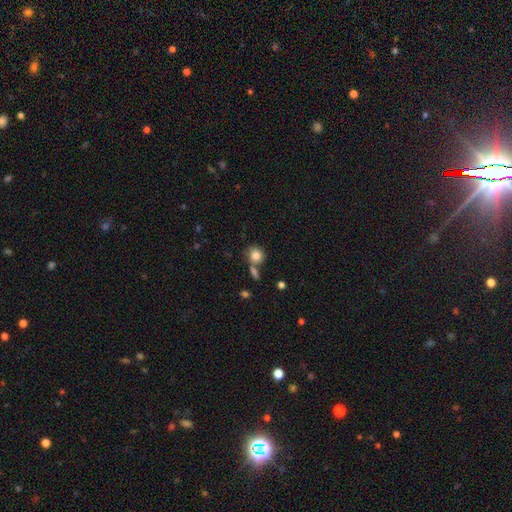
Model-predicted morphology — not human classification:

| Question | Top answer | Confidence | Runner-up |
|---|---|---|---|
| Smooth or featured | smooth | 83% | star or artifact (9%) |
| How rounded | round | 78% | in between (21%) |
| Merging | none | 56% | merger (22%) |